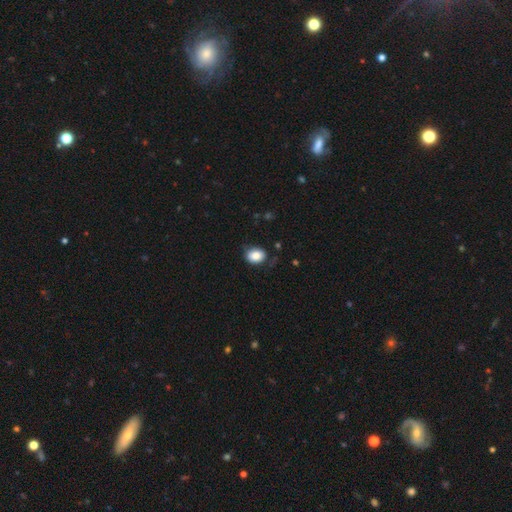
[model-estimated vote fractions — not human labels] Smooth or featured? Predicted: smooth (p=0.85). How rounded? Predicted: in between (p=0.70). Merging? Predicted: none (p=0.70).